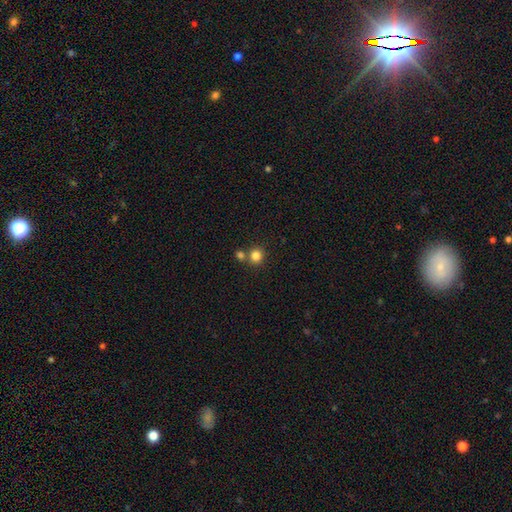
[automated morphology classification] Smooth or featured: smooth — 83% (star or artifact — 12%)
How rounded: round — 89% (in between — 10%)
Merging: none — 65% (merger — 26%)